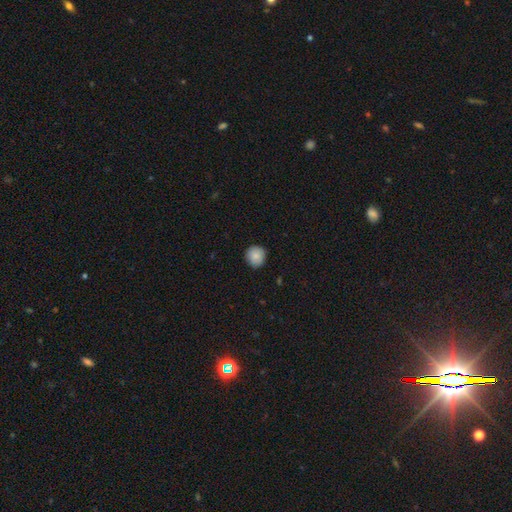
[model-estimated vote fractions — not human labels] A smooth galaxy with no disk features (86%) that is round (89%).

Vote fractions:
- Smooth or featured? smooth: 86% / star or artifact: 8% / featured or disk: 6%
- How rounded? round: 89% / in between: 10% / cigar-shaped: 1%
- Merging? none: 87% / minor disturbance: 10% / major disturbance: 2% / merger: 1%